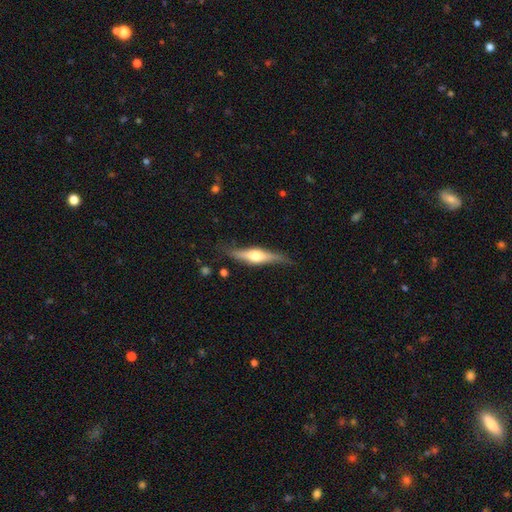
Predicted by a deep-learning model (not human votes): Smooth or featured?
  - featured or disk: 65% *
  - smooth: 30%
  - star or artifact: 5%
Edge-on disk?
  - yes: 94% *
  - no: 6%
Edge-on bulge?
  - rounded: 91% *
  - boxy: 6%
  - none: 3%
Merging?
  - none: 79% *
  - minor disturbance: 16%
  - major disturbance: 4%
  - merger: 2%